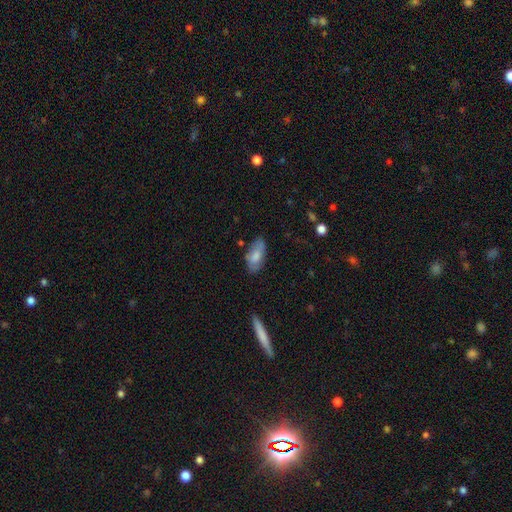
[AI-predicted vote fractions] A smooth galaxy with no disk features (73%) that is in between round and cigar-shaped (90%). Merging: none (69%).